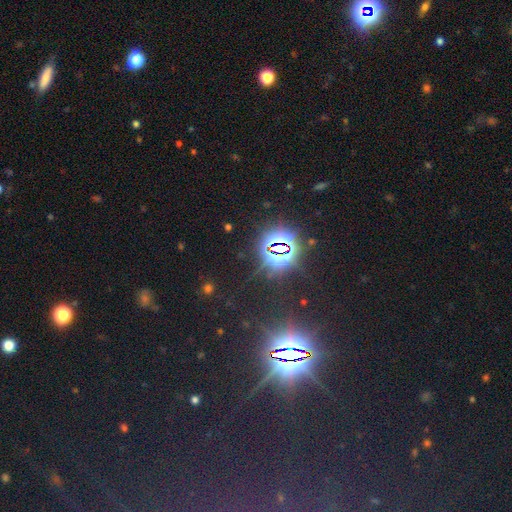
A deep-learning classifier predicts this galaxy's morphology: smooth_or_featured: star or artifact (p=0.81) [alt: smooth p=0.12]